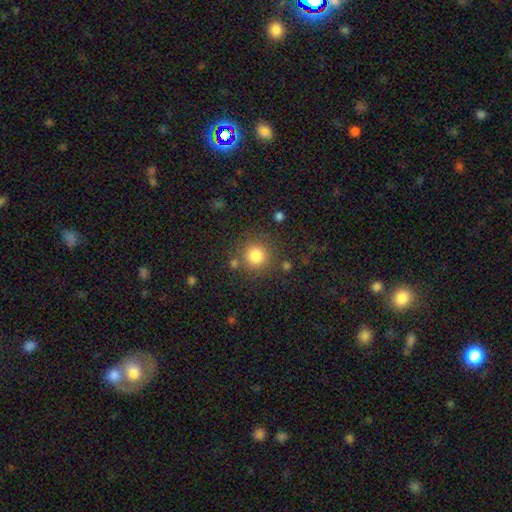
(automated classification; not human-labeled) Smooth or featured: smooth — 82% (star or artifact — 12%)
How rounded: round — 94% (in between — 5%)
Merging: none — 81% (minor disturbance — 9%)